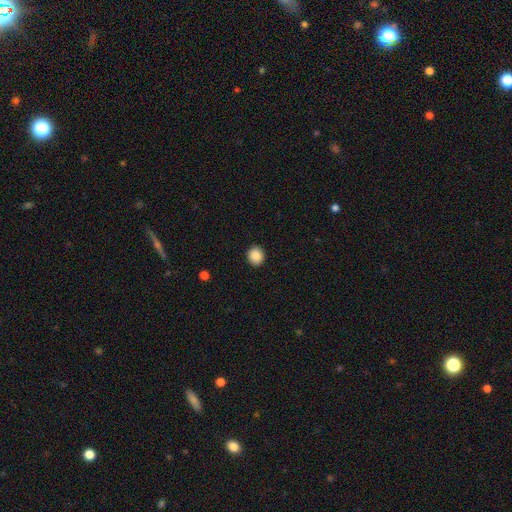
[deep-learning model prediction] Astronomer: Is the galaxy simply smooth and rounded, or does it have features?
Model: smooth — 89%.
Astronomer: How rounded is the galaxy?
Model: round — 82%.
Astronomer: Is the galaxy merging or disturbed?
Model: none — 91%.